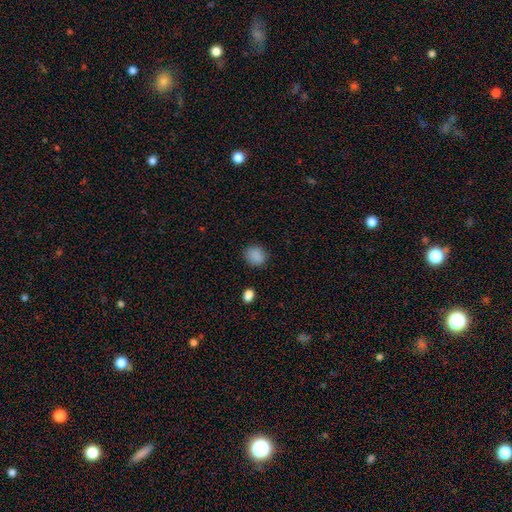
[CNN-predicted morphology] This appears to be a smooth galaxy with no disk features (87%) that is round (73%). Merging: none (85%).